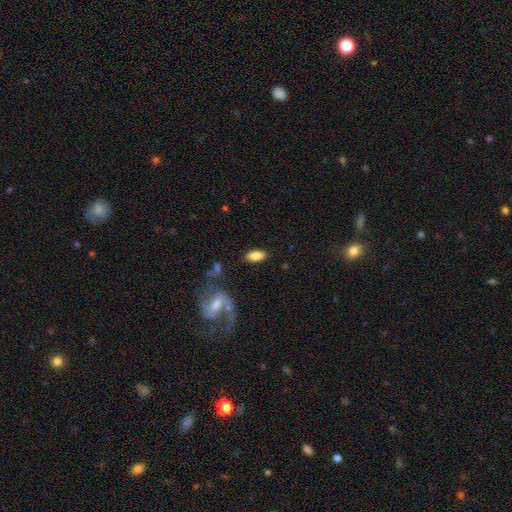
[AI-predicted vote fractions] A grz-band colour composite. It shows a smooth galaxy with no disk features (82%) that is in between round and cigar-shaped (88%). Merging: none (83%).